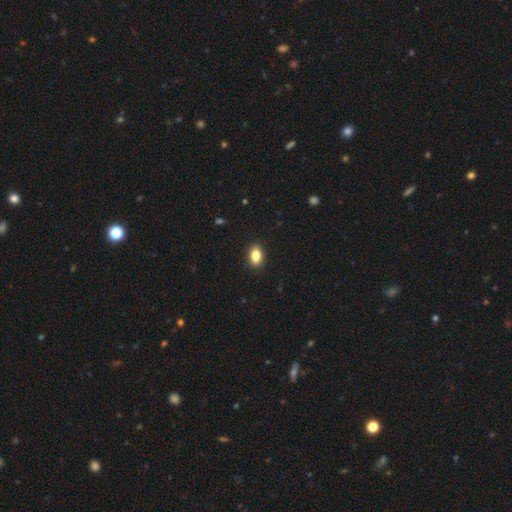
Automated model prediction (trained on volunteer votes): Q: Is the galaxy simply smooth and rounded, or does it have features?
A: smooth — 85%.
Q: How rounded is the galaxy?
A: in between — 83%.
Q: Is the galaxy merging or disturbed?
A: none — 90%.